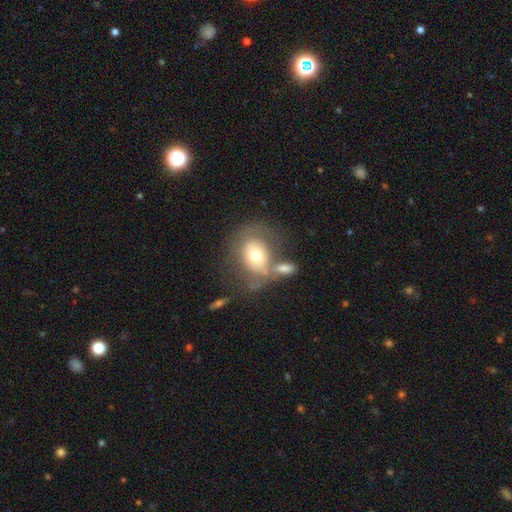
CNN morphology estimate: This appears to be a smooth galaxy with no disk features (60%) that is round (51%). Merging: none (39%).